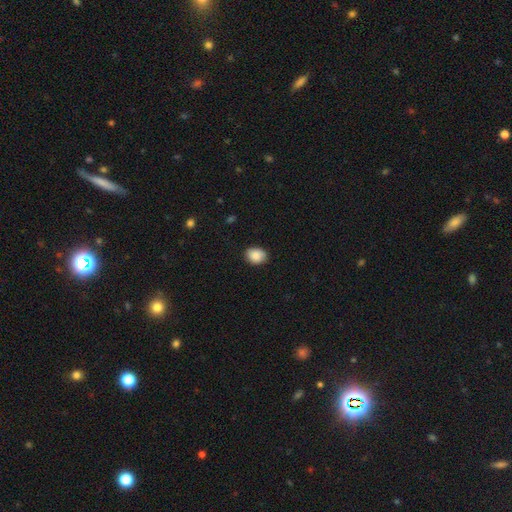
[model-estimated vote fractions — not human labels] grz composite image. It shows a smooth galaxy with no disk features (88%) that is in between round and cigar-shaped (58%). Merging: none (85%).